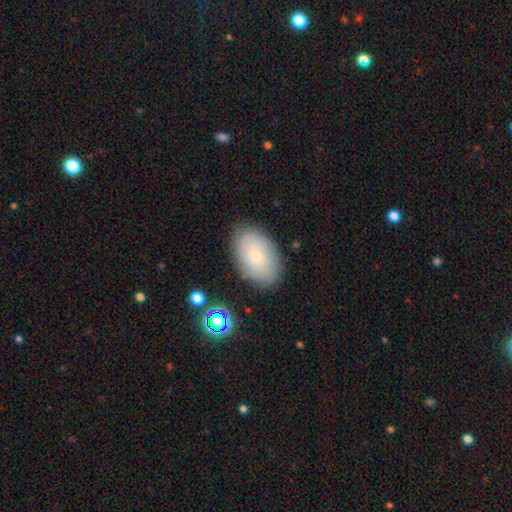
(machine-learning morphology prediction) Smooth or featured?
  - smooth: 50% *
  - featured or disk: 40%
  - star or artifact: 9%
How rounded?
  - in between: 88% *
  - round: 10%
  - cigar-shaped: 1%
Merging?
  - none: 82% *
  - minor disturbance: 13%
  - major disturbance: 3%
  - merger: 2%